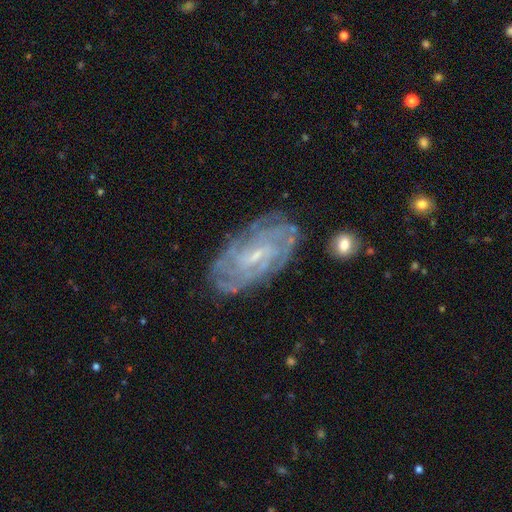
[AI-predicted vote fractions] smooth_or_featured: featured or disk (p=0.83) [alt: smooth p=0.10]
disk_edge_on: no (p=0.95) [alt: yes p=0.05]
bar: weak (p=0.51) [alt: no p=0.34]
has_spiral_arms: yes (p=0.94) [alt: no p=0.06]
spiral_winding: tight (p=0.72) [alt: medium p=0.23]
spiral_arm_count: can't tell (p=0.42) [alt: 4 p=0.18]
bulge_size: small (p=0.74) [alt: moderate p=0.18]
merging: none (p=0.79) [alt: minor disturbance p=0.15]